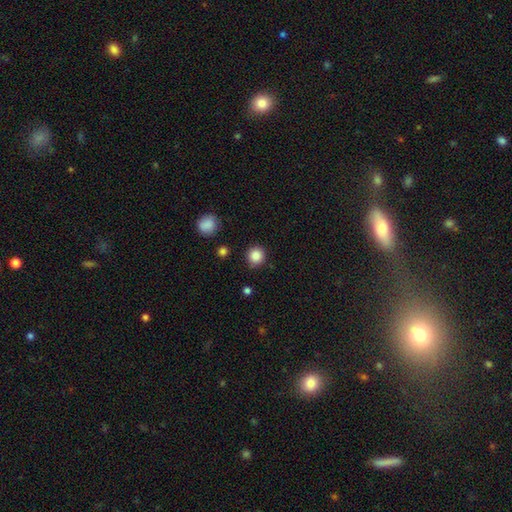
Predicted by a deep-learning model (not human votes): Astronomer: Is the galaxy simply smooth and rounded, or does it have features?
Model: smooth — 86%.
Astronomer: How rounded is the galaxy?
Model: round — 93%.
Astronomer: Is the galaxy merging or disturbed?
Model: none — 87%.